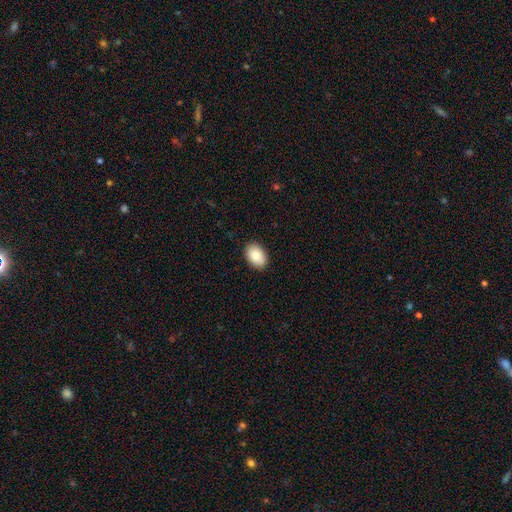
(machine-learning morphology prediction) A smooth galaxy with no disk features (81%) that is in between round and cigar-shaped (84%). Merging: none (89%).